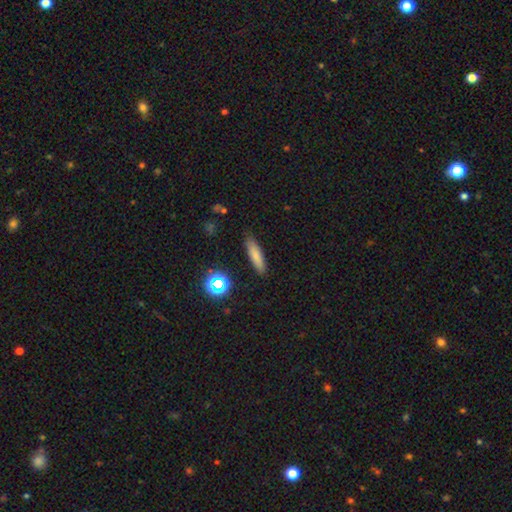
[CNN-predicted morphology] A smooth galaxy with no disk features (76%) that is cigar-shaped (74%). Merging: none (86%).